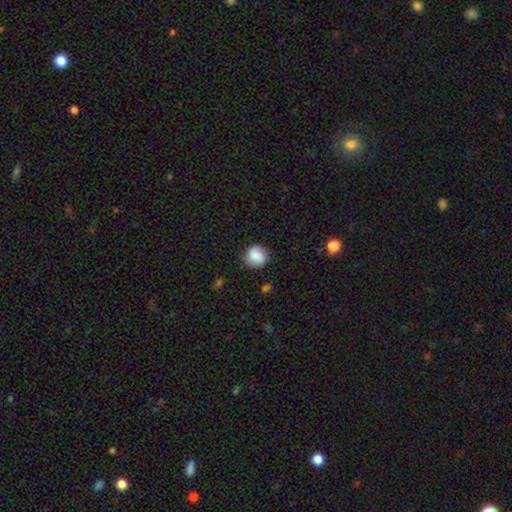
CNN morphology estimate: This appears to be a smooth galaxy with no disk features (75%) that is round (87%). Merging: none (82%).